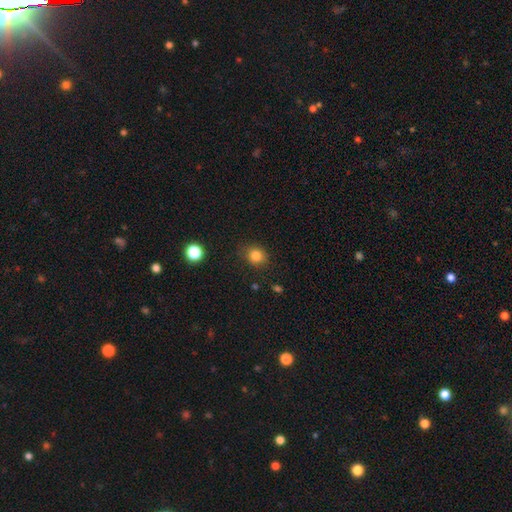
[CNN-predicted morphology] smooth_or_featured: smooth (p=0.83) [alt: star or artifact p=0.12]
how_rounded: round (p=0.74) [alt: in between p=0.25]
merging: none (p=0.83) [alt: minor disturbance p=0.12]